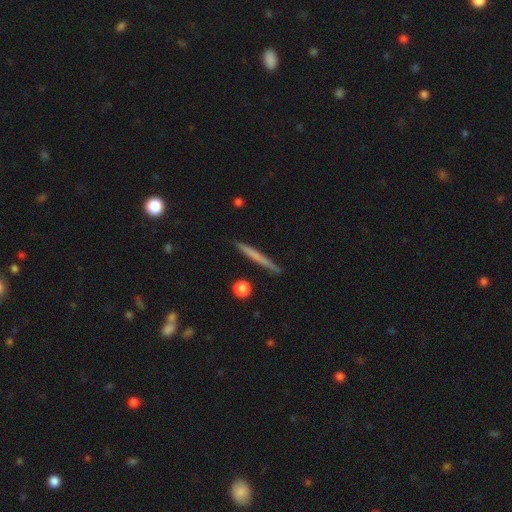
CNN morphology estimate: smooth_or_featured: smooth (p=0.57) [alt: featured or disk p=0.37]
how_rounded: cigar-shaped (p=0.96) [alt: in between p=0.02]
merging: none (p=0.90) [alt: minor disturbance p=0.07]